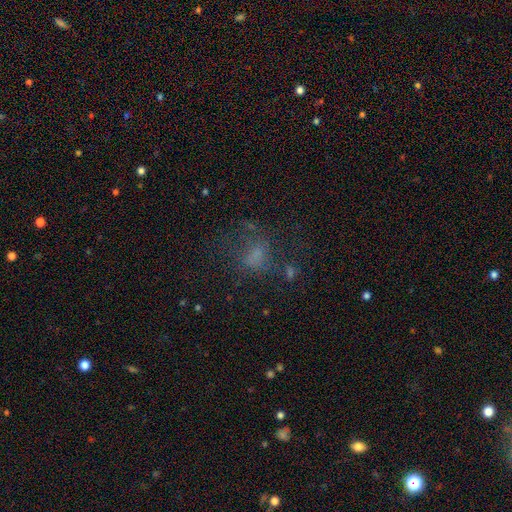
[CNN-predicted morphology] smooth_or_featured: smooth (p=0.52) [alt: star or artifact p=0.27]
how_rounded: in between (p=0.55) [alt: round p=0.42]
merging: none (p=0.45) [alt: major disturbance p=0.31]